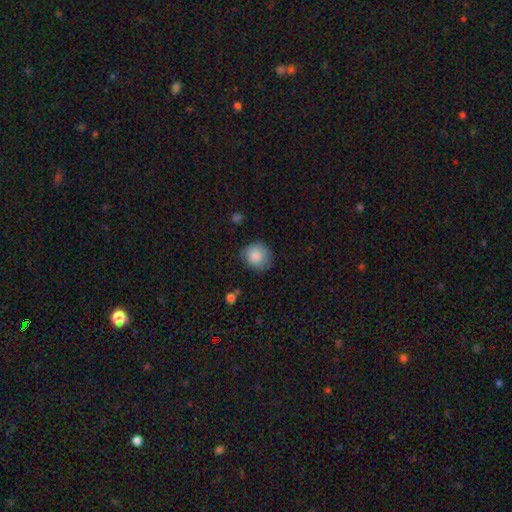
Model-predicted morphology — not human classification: Overall: smooth (84%). How rounded: round (82%). Merging: none (77%).